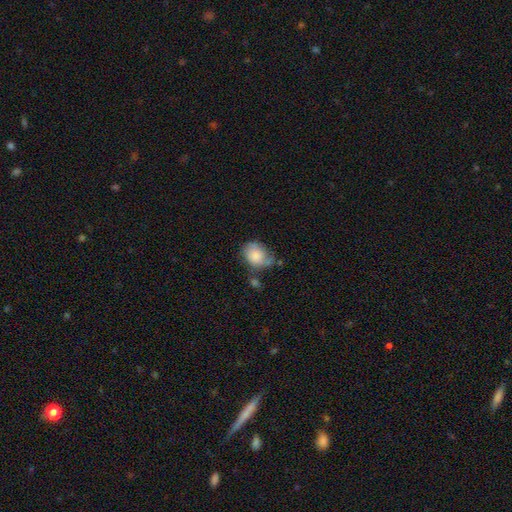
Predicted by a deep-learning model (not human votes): Smooth or featured: smooth — 78% (featured or disk — 15%)
How rounded: in between — 59% (round — 40%)
Merging: none — 38% (minor disturbance — 33%)